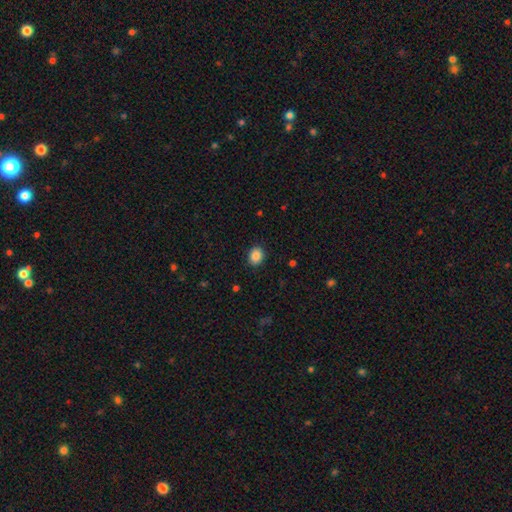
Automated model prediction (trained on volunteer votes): This appears to be a smooth galaxy with no disk features (88%) that is round (60%). Merging: none (90%).